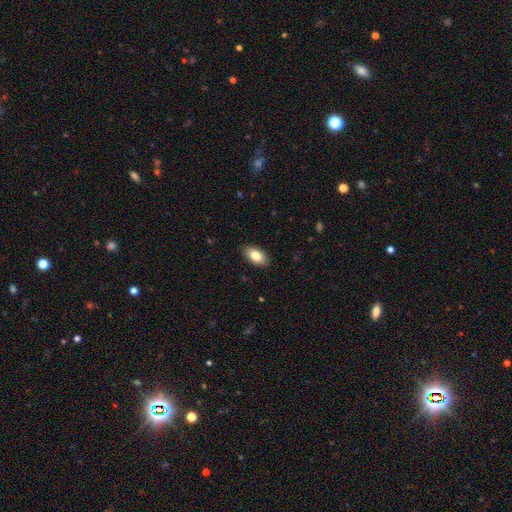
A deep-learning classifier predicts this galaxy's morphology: A smooth galaxy with no disk features (82%) that is in between round and cigar-shaped (94%).

Vote fractions:
- Smooth or featured? smooth: 82% / featured or disk: 11% / star or artifact: 7%
- How rounded? in between: 94% / round: 3% / cigar-shaped: 3%
- Merging? none: 89% / minor disturbance: 9% / major disturbance: 2% / merger: 1%